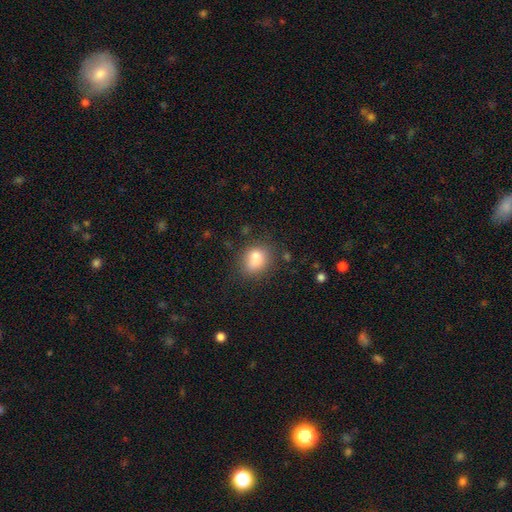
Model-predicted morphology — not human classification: A smooth galaxy with no disk features (78%) that is in between round and cigar-shaped (52%).

Vote fractions:
- Smooth or featured? smooth: 78% / star or artifact: 11% / featured or disk: 11%
- How rounded? in between: 52% / round: 46% / cigar-shaped: 2%
- Merging? none: 58% / minor disturbance: 21% / merger: 14% / major disturbance: 7%